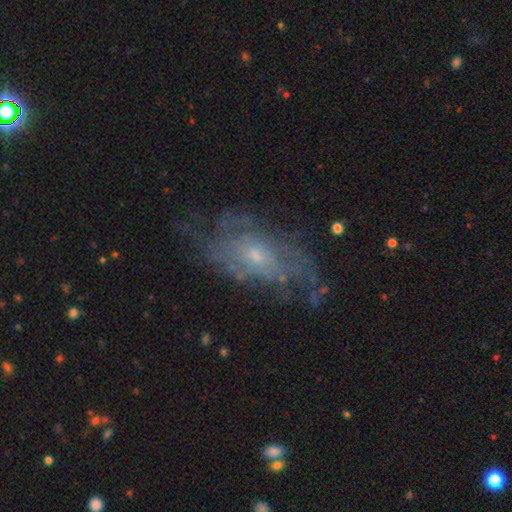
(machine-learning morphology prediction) Overall: featured or disk (72%). Edge-on disk: no (92%). Bar: no (79%). Spiral arms: yes (71%). Bulge size: small (67%; moderate 28%). Merging: none (61%; minor disturbance 22%).